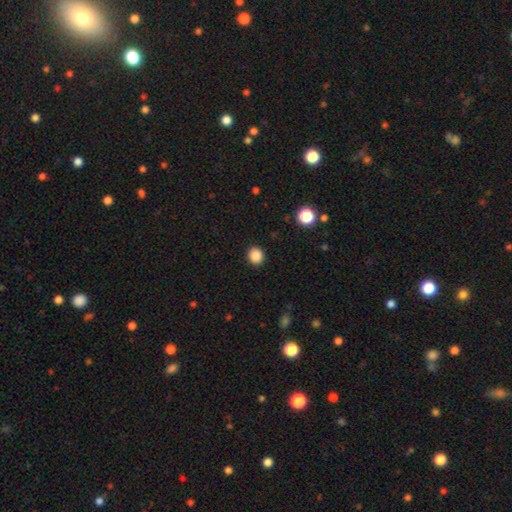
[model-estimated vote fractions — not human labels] smooth-or-featured: smooth: 87% | star or artifact: 10% | featured or disk: 3%
  how-rounded: round: 77% | in between: 22% | cigar-shaped: 1%
  merging: none: 91% | minor disturbance: 6% | major disturbance: 2% | merger: 1%